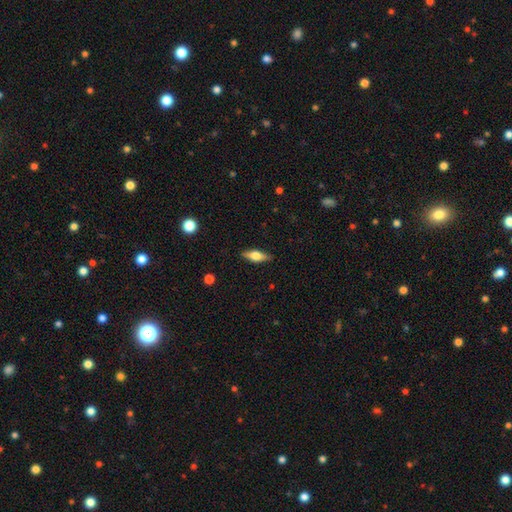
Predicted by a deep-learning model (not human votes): Smooth or featured?
  - smooth: 53% *
  - featured or disk: 40%
  - star or artifact: 7%
How rounded?
  - in between: 64% *
  - cigar-shaped: 32%
  - round: 4%
Merging?
  - none: 86% *
  - minor disturbance: 10%
  - major disturbance: 2%
  - merger: 1%